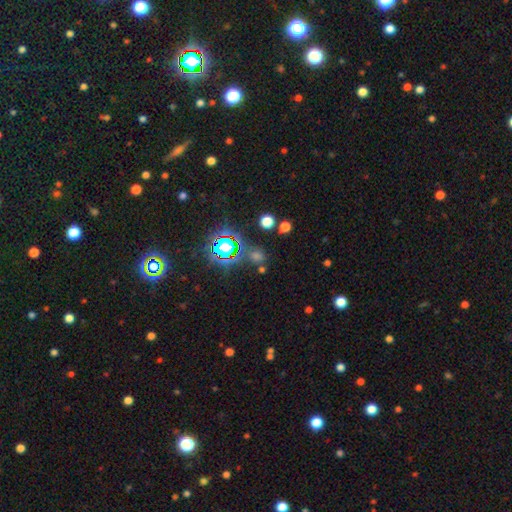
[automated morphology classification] smooth_or_featured: star or artifact (p=0.65) [alt: smooth p=0.27]